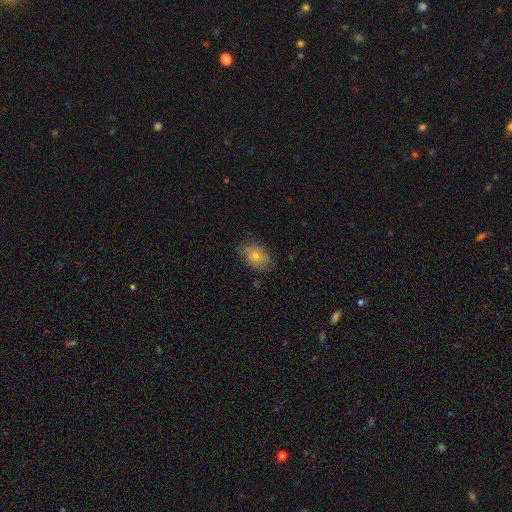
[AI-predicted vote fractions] Smooth or featured?
  - smooth: 50% *
  - featured or disk: 39%
  - star or artifact: 11%
How rounded?
  - in between: 77% *
  - round: 21%
  - cigar-shaped: 1%
Merging?
  - none: 77% *
  - minor disturbance: 17%
  - major disturbance: 4%
  - merger: 1%